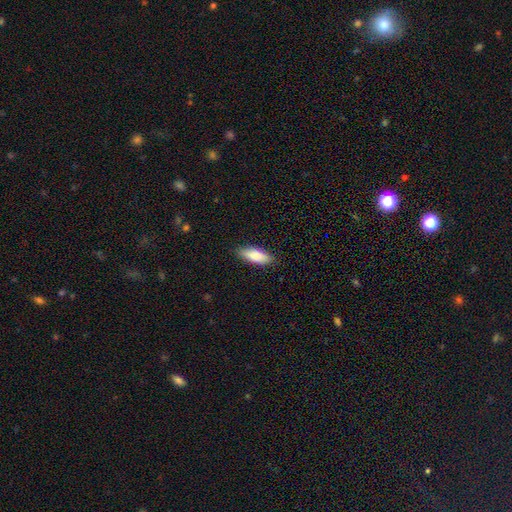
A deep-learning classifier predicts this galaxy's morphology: Q: Smooth or featured?
A: smooth (85%); runner-up: featured or disk (10%)
Q: How rounded?
A: in between (72%); runner-up: cigar-shaped (26%)
Q: Merging?
A: none (87%); runner-up: minor disturbance (10%)